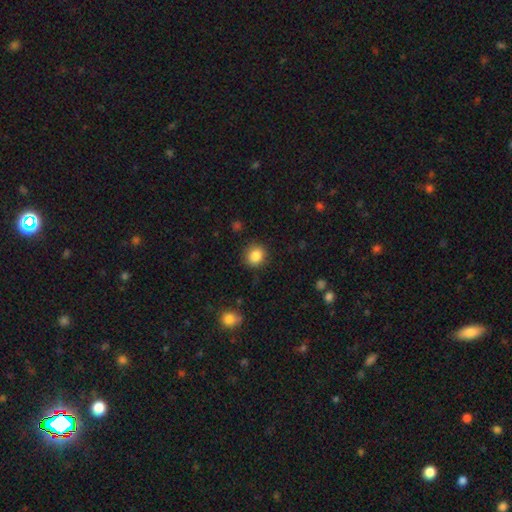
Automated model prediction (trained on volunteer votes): The model was most divided on "how rounded": round: 83%, in between: 16%, cigar-shaped: 1%. More confident: merging — none (88%); smooth or featured — smooth (86%).